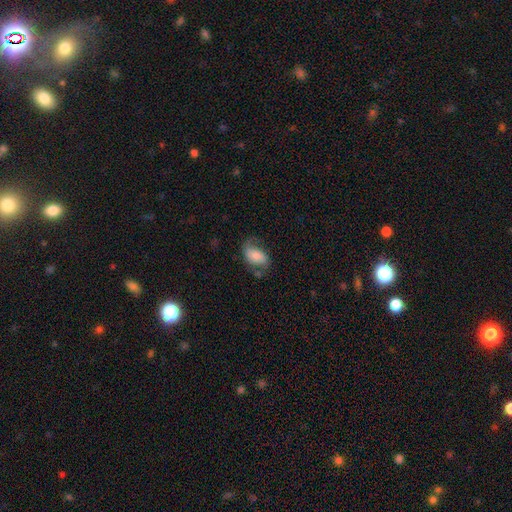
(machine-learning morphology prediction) A smooth galaxy with no disk features (48%).

Vote fractions:
- Smooth or featured? smooth: 48% / featured or disk: 44% / star or artifact: 8%
- Merging? none: 51% / minor disturbance: 26% / major disturbance: 19% / merger: 4%